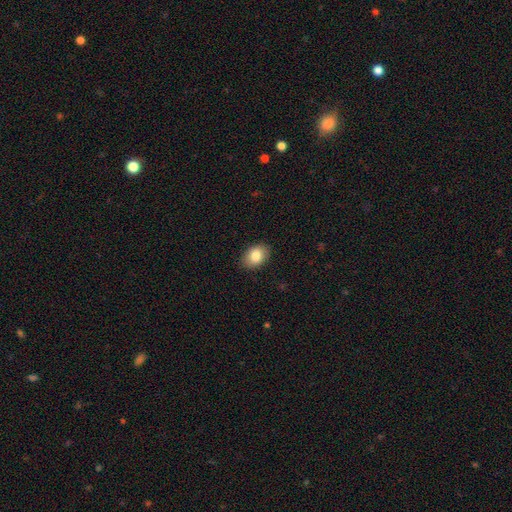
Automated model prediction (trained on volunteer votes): Smooth or featured? Predicted: smooth (p=0.84). How rounded? Predicted: in between (p=0.80). Merging? Predicted: none (p=0.88).